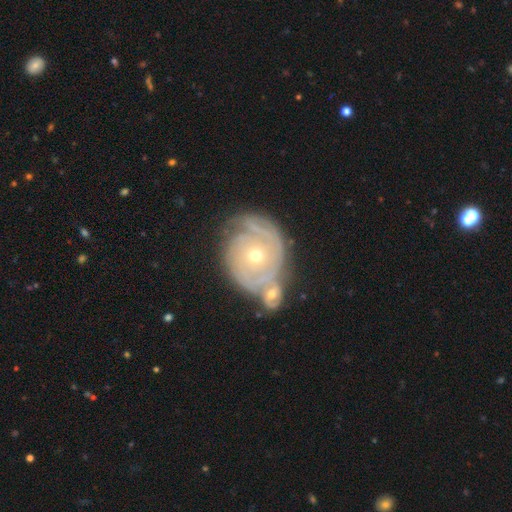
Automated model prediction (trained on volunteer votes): A featured or disk galaxy (80%) with no bar (82%), tight (76%) spiral arms (87%) and a small central bulge (56%).

Vote fractions:
- Smooth or featured? featured or disk: 80% / smooth: 13% / star or artifact: 7%
- Edge-on disk? no: 97% / yes: 3%
- Bar? no: 82% / weak: 14% / strong: 4%
- Spiral arms? yes: 87% / no: 13%
- Spiral winding? tight: 76% / medium: 18% / loose: 6%
- Spiral arm count? can't tell: 40% / 2: 28% / 3: 14% / 1: 7% / 4: 6% / more than 4: 5%
- Bulge size? small: 56% / moderate: 41% / large: 1% / none: 1% / dominant: 1%
- Merging? none: 45% / merger: 30% / minor disturbance: 17% / major disturbance: 8%